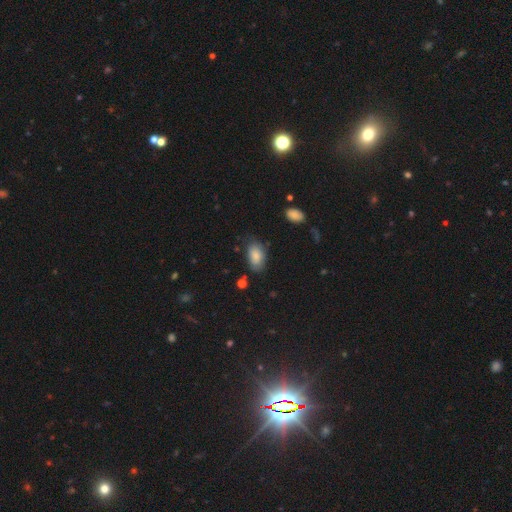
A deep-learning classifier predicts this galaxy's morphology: smooth-or-featured: smooth: 85% | featured or disk: 8% | star or artifact: 7%
  how-rounded: in between: 93% | round: 5% | cigar-shaped: 2%
  merging: none: 72% | minor disturbance: 21% | major disturbance: 5% | merger: 2%